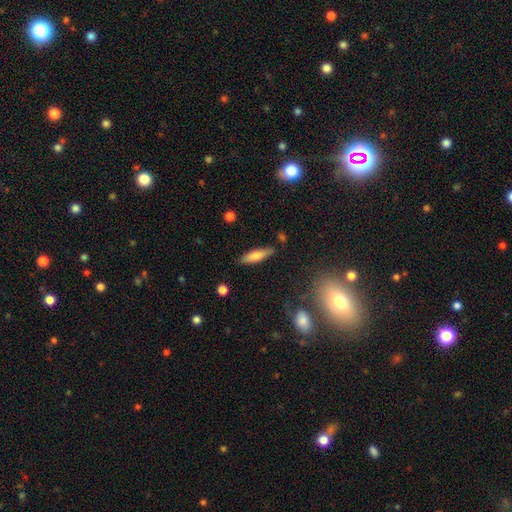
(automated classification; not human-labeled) A smooth galaxy with no disk features (72%) that is cigar-shaped (68%). Merging: none (85%).